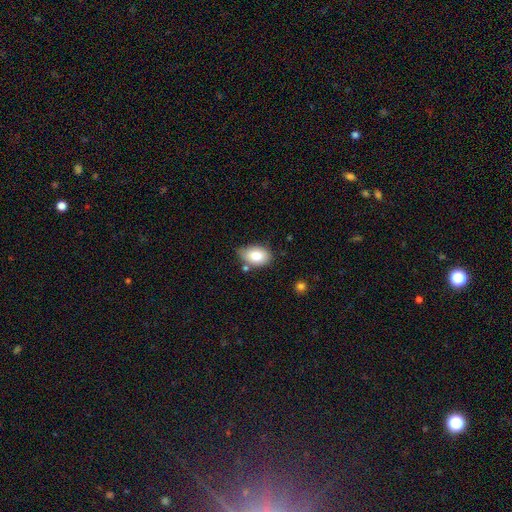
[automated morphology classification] Smooth or featured? smooth (82%)
How rounded? in between (87%)
Merging? none (62%)